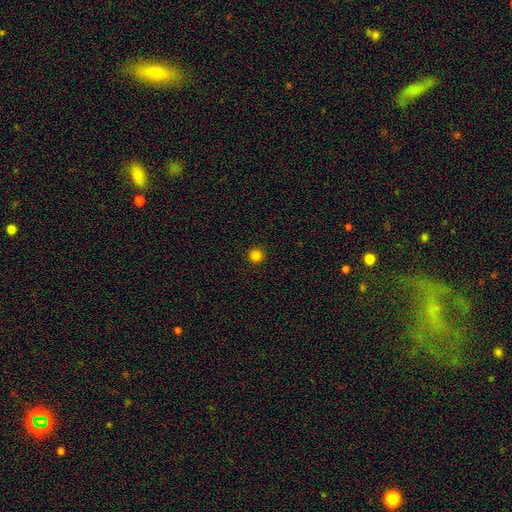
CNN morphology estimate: This is clearly a smooth galaxy (84%). How rounded: clearly round (96%). Merging: clearly none (93%).